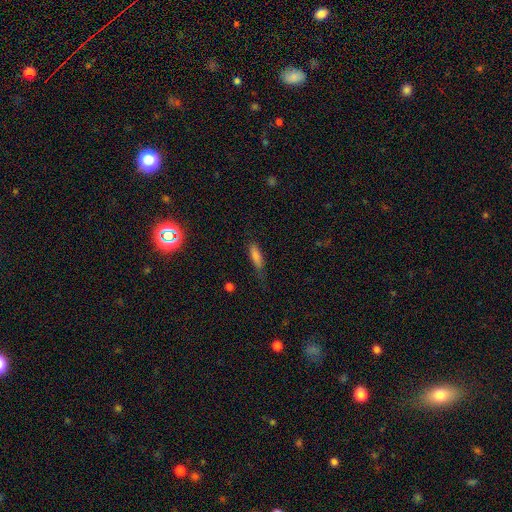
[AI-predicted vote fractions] A smooth galaxy with no disk features (69%) that is cigar-shaped (61%). Merging: none (63%).